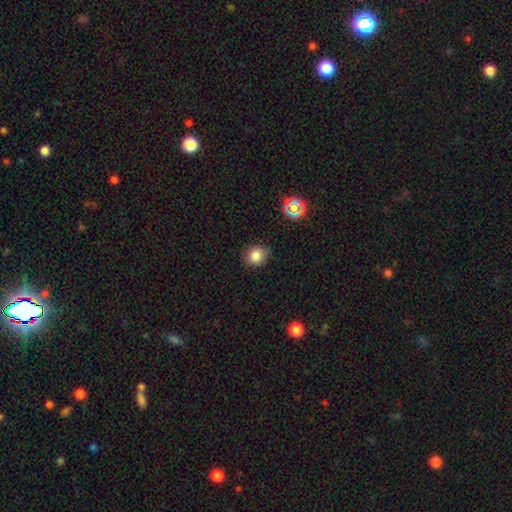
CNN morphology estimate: Smooth or featured?
  - smooth: 82% *
  - star or artifact: 13%
  - featured or disk: 5%
How rounded?
  - round: 78% *
  - in between: 21%
  - cigar-shaped: 1%
Merging?
  - none: 87% *
  - minor disturbance: 10%
  - major disturbance: 2%
  - merger: 1%